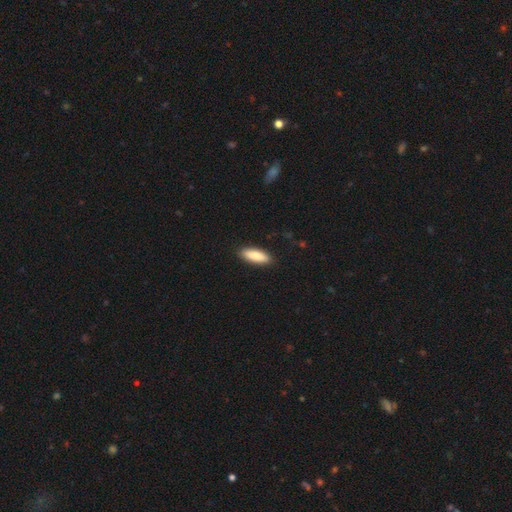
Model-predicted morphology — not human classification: This is clearly a smooth galaxy (87%). How rounded: likely in between (63%). Merging: clearly none (89%).